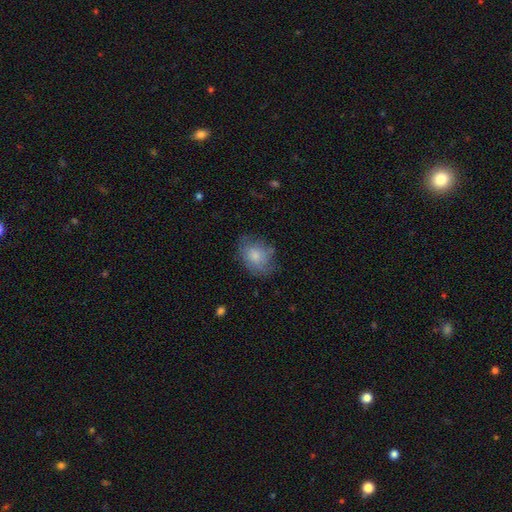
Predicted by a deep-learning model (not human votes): This appears to be a smooth galaxy with no disk features (71%) that is in between round and cigar-shaped (58%). Merging: none (59%).